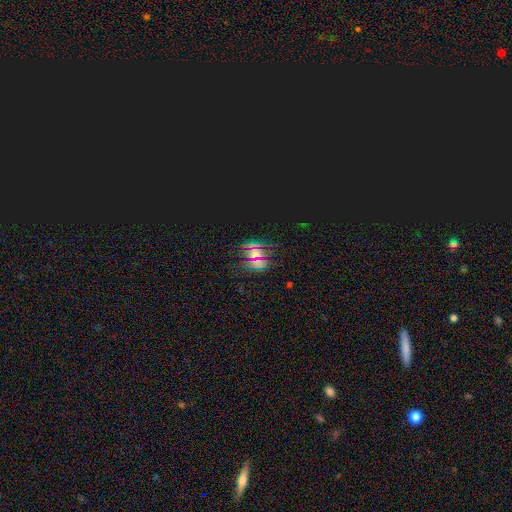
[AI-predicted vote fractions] Q: Smooth or featured?
A: star or artifact (55%); runner-up: smooth (33%)